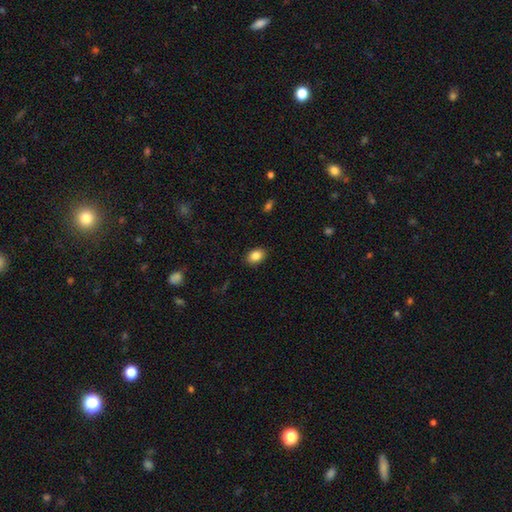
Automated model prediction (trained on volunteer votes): The model was most divided on "how rounded": in between: 80%, round: 19%, cigar-shaped: 1%. More confident: merging — none (88%); smooth or featured — smooth (87%).